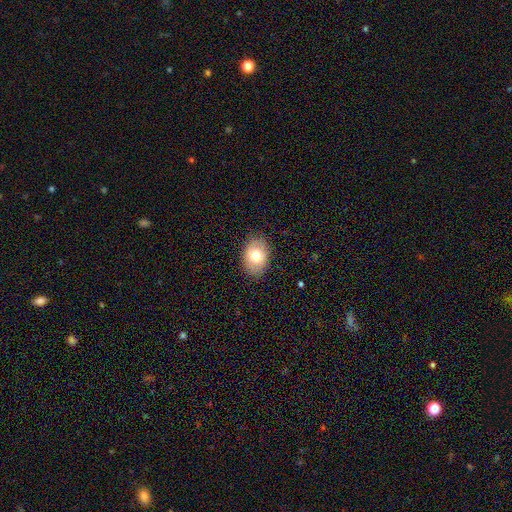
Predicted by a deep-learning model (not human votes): This appears to be a smooth galaxy with no disk features (74%) that is in between round and cigar-shaped (77%). Merging: none (85%).